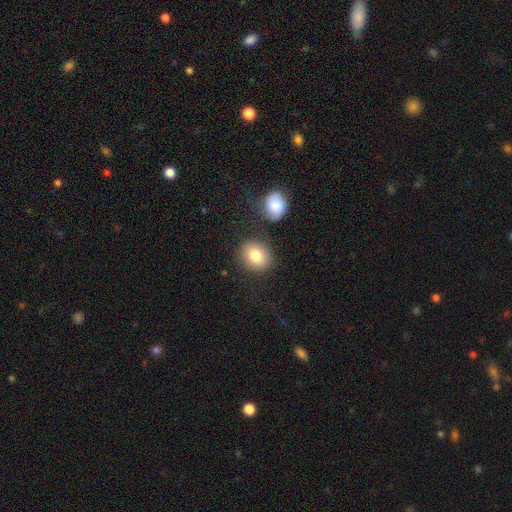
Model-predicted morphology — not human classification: type=smooth (83%); roundness=round (67%); merging=none (77%).